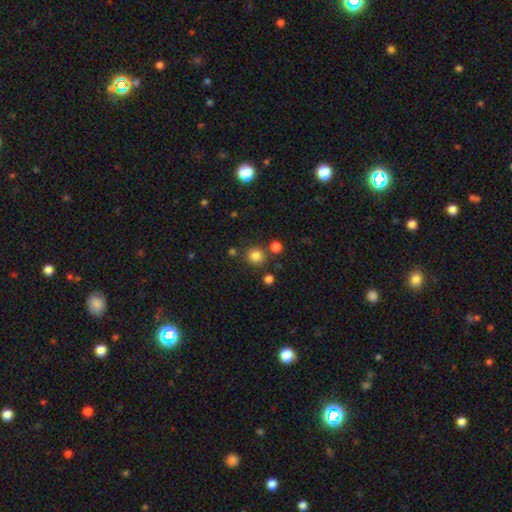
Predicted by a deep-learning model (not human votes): A smooth galaxy with no disk features (81%) that is round (91%).

Vote fractions:
- Smooth or featured? smooth: 81% / star or artifact: 14% / featured or disk: 5%
- How rounded? round: 91% / in between: 8% / cigar-shaped: 1%
- Merging? none: 80% / merger: 9% / minor disturbance: 8% / major disturbance: 3%